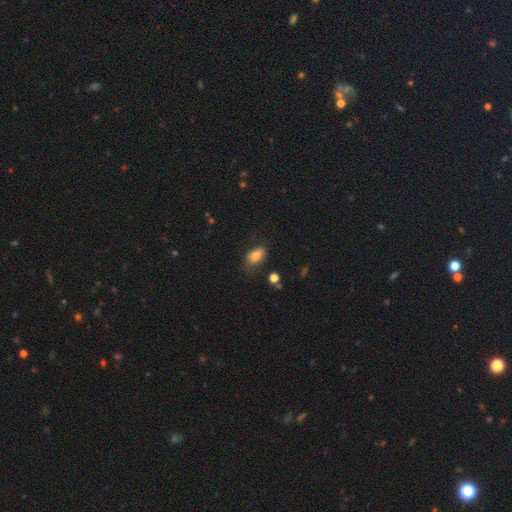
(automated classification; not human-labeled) smooth_or_featured: smooth (p=0.77) [alt: featured or disk p=0.13]
how_rounded: in between (p=0.87) [alt: round p=0.08]
merging: none (p=0.60) [alt: minor disturbance p=0.27]